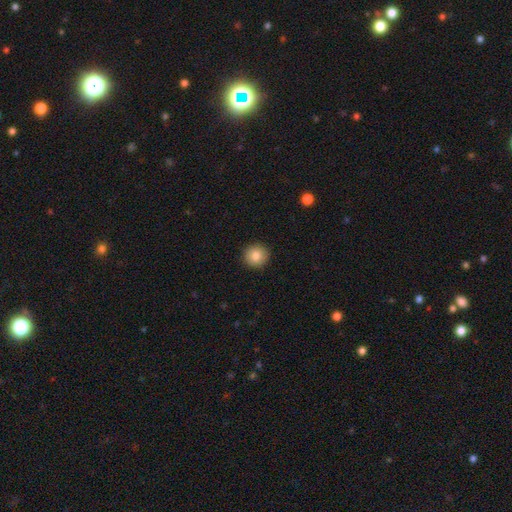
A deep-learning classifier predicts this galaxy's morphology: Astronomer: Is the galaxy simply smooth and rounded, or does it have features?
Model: smooth — 85%.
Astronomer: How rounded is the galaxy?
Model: round — 92%.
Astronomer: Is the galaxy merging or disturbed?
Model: none — 92%.